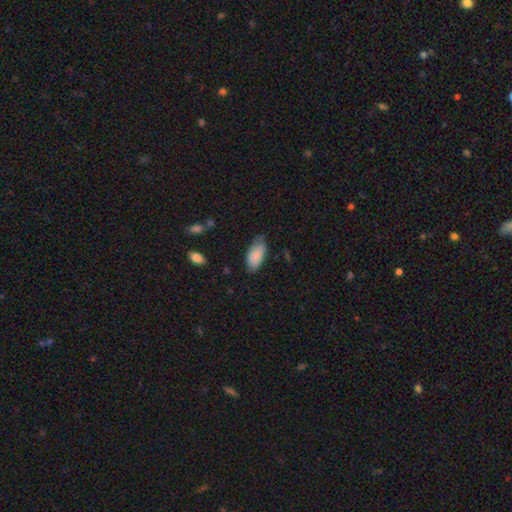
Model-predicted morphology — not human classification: This is clearly a smooth galaxy (85%). How rounded: clearly in between (93%). Merging: possibly none (55%).